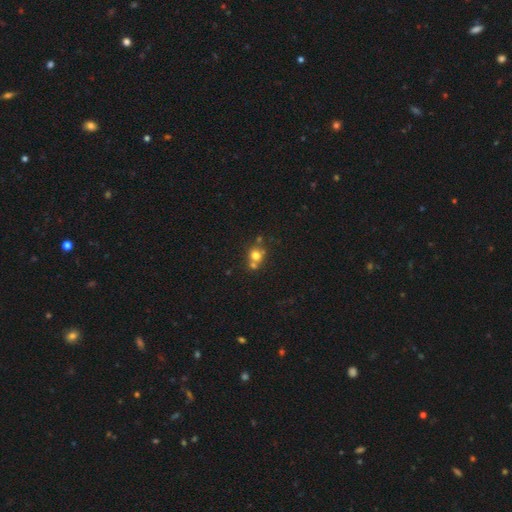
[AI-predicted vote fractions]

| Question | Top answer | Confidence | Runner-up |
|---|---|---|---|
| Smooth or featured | smooth | 71% | star or artifact (15%) |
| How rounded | round | 83% | in between (16%) |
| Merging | none | 48% | merger (40%) |